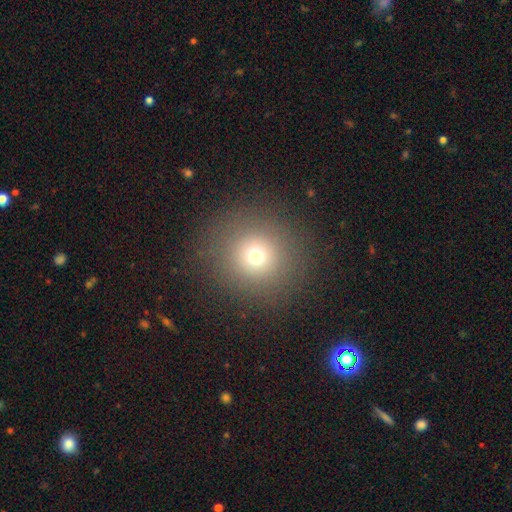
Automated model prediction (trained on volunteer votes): Overall: smooth (70%). How rounded: round (93%). Merging: none (88%).